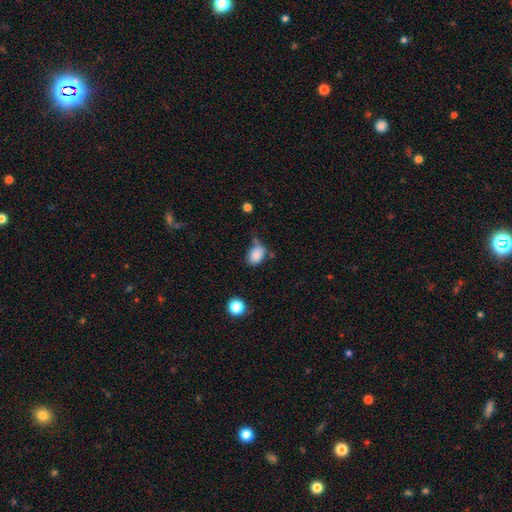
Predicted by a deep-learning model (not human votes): Smooth or featured?
  - smooth: 85% *
  - star or artifact: 9%
  - featured or disk: 6%
How rounded?
  - in between: 80% *
  - round: 19%
  - cigar-shaped: 1%
Merging?
  - none: 52% *
  - minor disturbance: 30%
  - merger: 10%
  - major disturbance: 9%